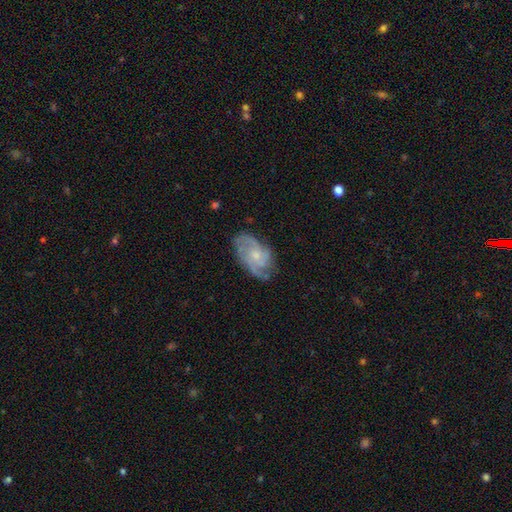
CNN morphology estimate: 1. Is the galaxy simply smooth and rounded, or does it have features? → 83% featured or disk, 11% smooth, 6% star or artifact.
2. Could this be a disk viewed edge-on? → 97% no, 3% yes.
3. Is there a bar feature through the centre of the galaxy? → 73% no, 24% weak, 3% strong.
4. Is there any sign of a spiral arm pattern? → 96% yes, 4% no.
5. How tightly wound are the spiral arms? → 44% medium, 43% tight, 13% loose.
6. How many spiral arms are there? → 38% 3, 19% 2, 19% can't tell, 15% 4, 5% more than 4, 5% 1.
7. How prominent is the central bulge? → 60% small, 33% moderate, 5% none, 2% large, 1% dominant.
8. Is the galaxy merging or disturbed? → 71% none, 20% minor disturbance, 7% major disturbance, 1% merger.